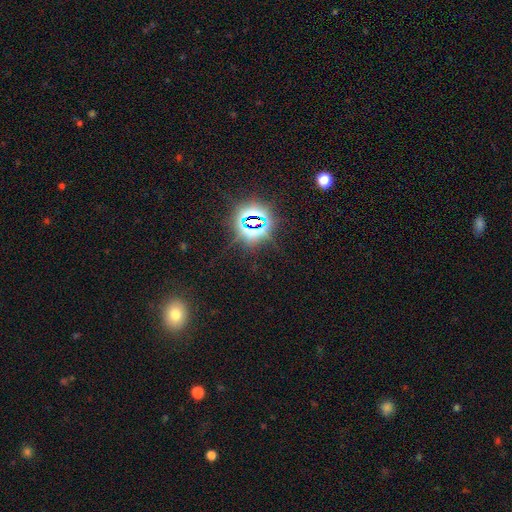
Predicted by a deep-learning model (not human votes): A star or artifact, not a galaxy (72%).